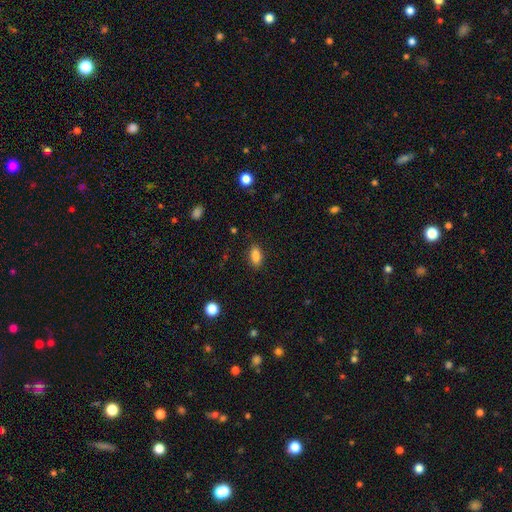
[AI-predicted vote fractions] A smooth galaxy with no disk features (86%) that is in between round and cigar-shaped (89%). Merging: none (87%).